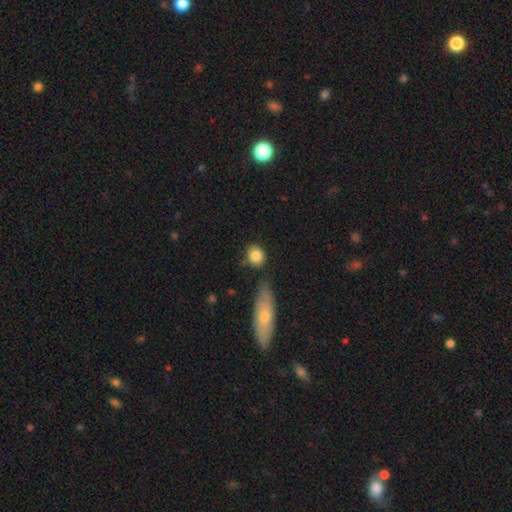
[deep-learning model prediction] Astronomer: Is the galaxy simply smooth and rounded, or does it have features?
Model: smooth — 85%.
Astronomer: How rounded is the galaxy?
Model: round — 69%.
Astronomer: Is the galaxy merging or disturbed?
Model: none — 72%.